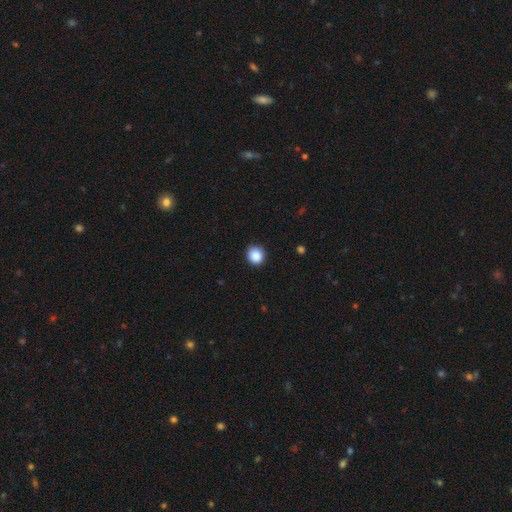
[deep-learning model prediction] Overall: smooth (88%). How rounded: round (89%). Merging: none (89%).